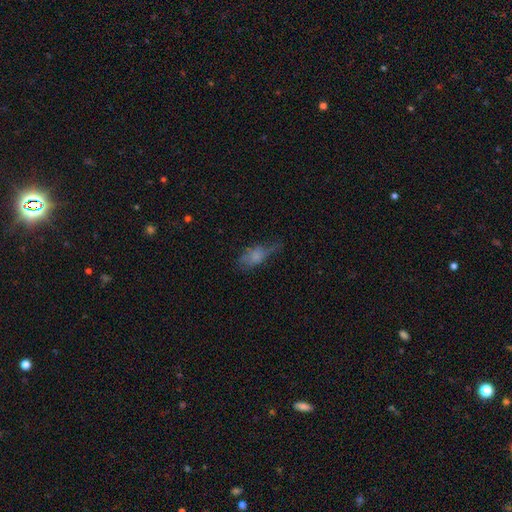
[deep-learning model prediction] smooth 66%, featured or disk 22%, star or artifact 12%. Down the decision tree: how rounded — in between (79%); merging — none (37%).